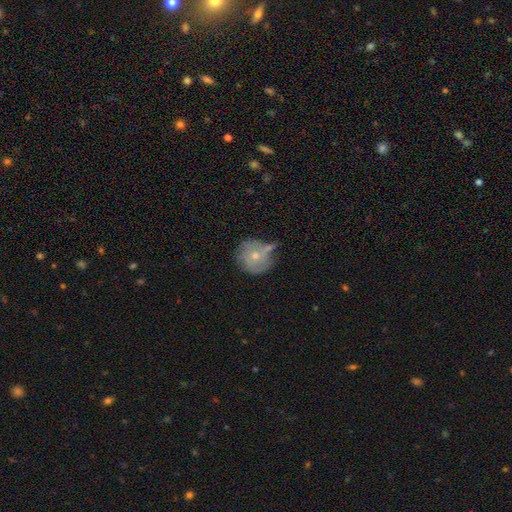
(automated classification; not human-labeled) Overall: smooth (51%; featured or disk 41%). How rounded: round (87%). Merging: none (49%; minor disturbance 25%).